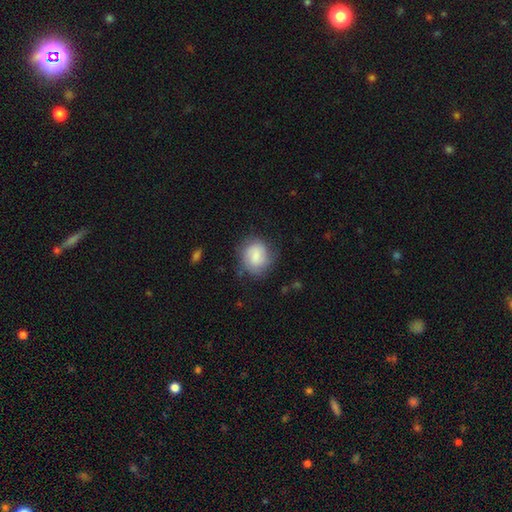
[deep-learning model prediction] smooth 78%, featured or disk 15%, star or artifact 7%. Down the decision tree: how rounded — round (72%); merging — none (69%).